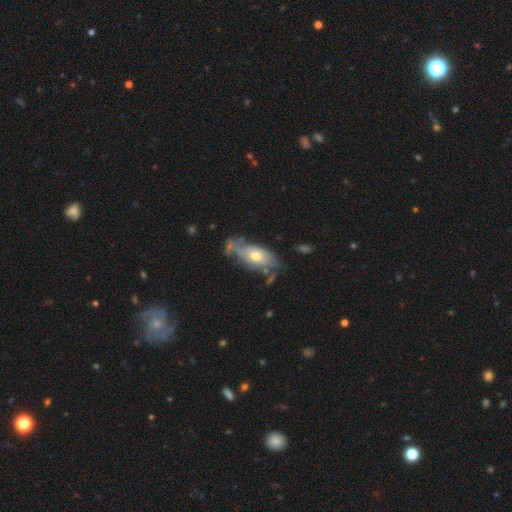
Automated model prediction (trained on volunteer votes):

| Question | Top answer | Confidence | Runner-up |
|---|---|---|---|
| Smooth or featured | featured or disk | 48% | smooth (46%) |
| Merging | none | 46% | minor disturbance (28%) |